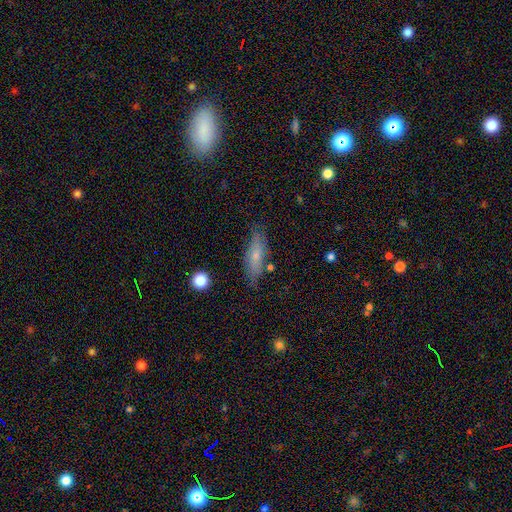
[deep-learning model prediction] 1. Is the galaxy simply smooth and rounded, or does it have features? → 59% smooth, 33% featured or disk, 7% star or artifact.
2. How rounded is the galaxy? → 54% cigar-shaped, 43% in between, 3% round.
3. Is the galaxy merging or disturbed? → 77% none, 16% minor disturbance, 3% major disturbance, 3% merger.